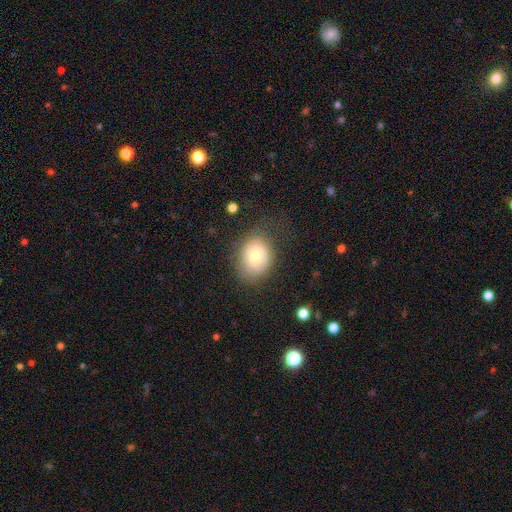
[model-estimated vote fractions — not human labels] Q: Smooth or featured?
A: smooth (64%); runner-up: featured or disk (28%)
Q: How rounded?
A: in between (59%); runner-up: round (40%)
Q: Merging?
A: none (67%); runner-up: minor disturbance (21%)